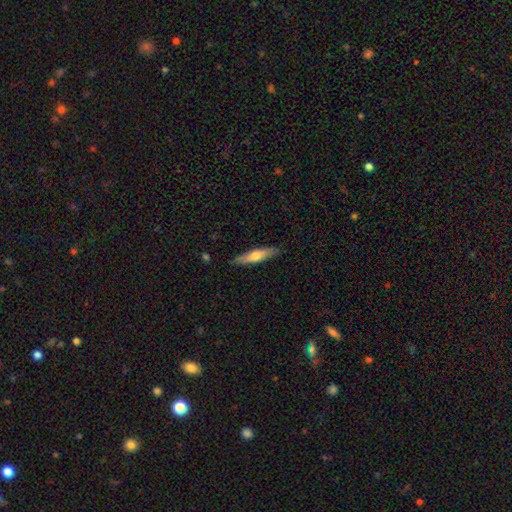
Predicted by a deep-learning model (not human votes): The model was most divided on "smooth or featured": smooth: 55%, featured or disk: 39%, star or artifact: 6%. More confident: merging — none (87%); how rounded — cigar-shaped (80%).